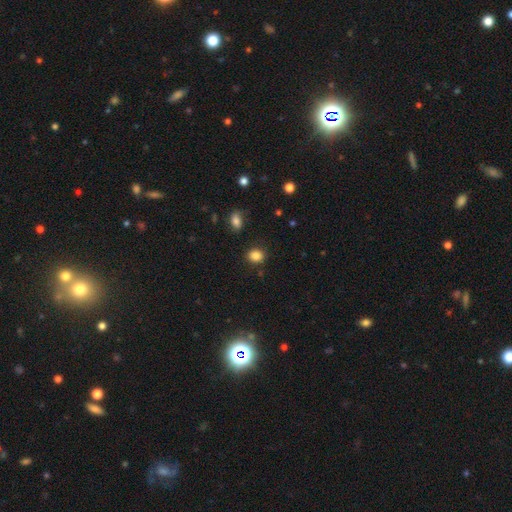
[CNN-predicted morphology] smooth 86%, star or artifact 10%, featured or disk 4%. Down the decision tree: how rounded — round (62%); merging — none (86%).